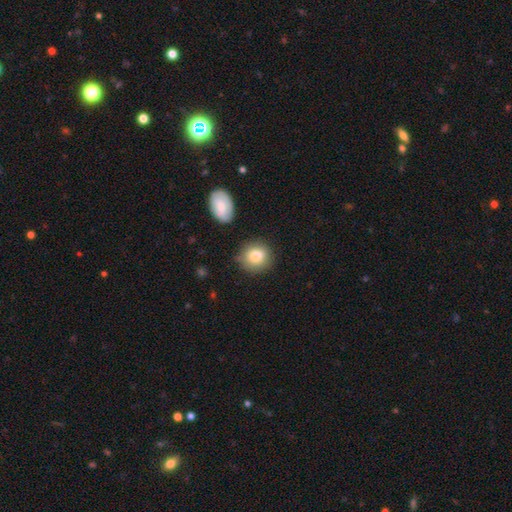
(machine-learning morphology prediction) This appears to be a smooth galaxy with no disk features (83%) that is round (82%). Merging: none (78%).